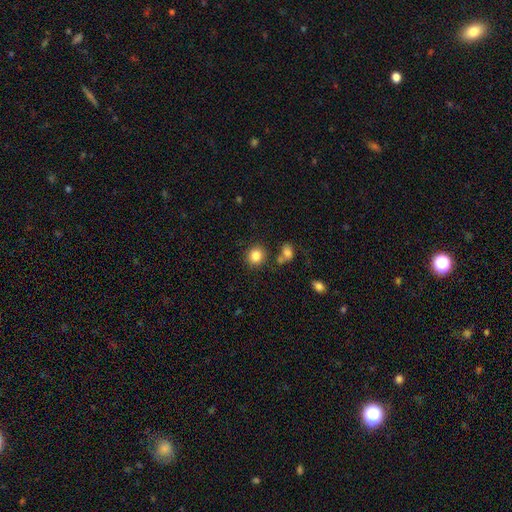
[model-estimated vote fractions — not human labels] A smooth galaxy with no disk features (84%) that is round (80%).

Vote fractions:
- Smooth or featured? smooth: 84% / star or artifact: 10% / featured or disk: 6%
- How rounded? round: 80% / in between: 19% / cigar-shaped: 1%
- Merging? none: 79% / minor disturbance: 9% / merger: 8% / major disturbance: 3%